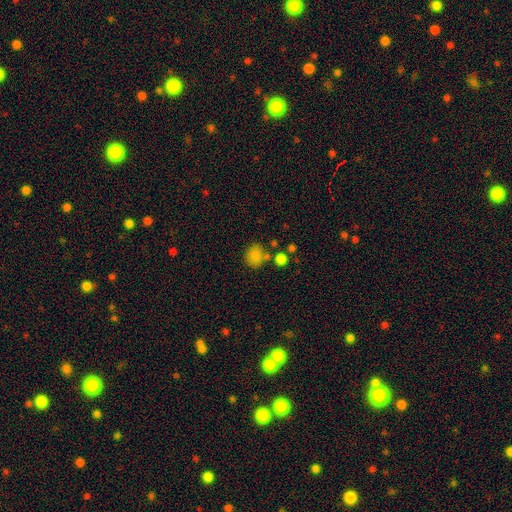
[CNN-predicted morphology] This is clearly a smooth galaxy (81%). How rounded: possibly round (60%). Merging: likely none (65%).